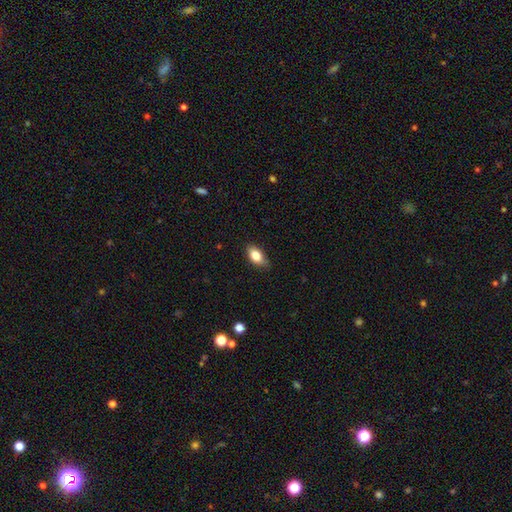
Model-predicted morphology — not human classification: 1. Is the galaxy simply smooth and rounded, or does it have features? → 82% smooth, 10% featured or disk, 8% star or artifact.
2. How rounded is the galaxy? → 89% in between, 7% round, 5% cigar-shaped.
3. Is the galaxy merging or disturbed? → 81% none, 15% minor disturbance, 3% major disturbance, 1% merger.